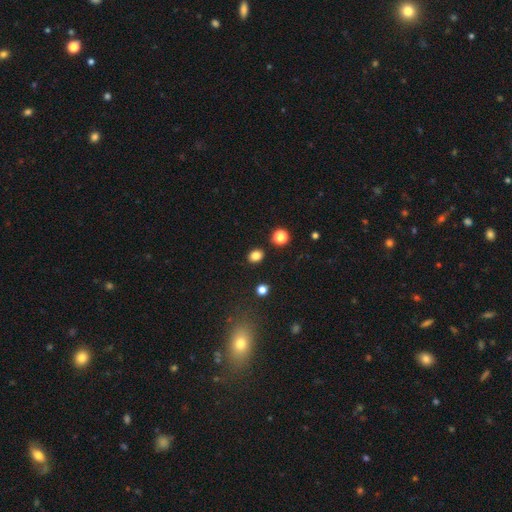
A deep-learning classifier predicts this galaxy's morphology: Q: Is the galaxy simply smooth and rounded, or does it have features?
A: smooth — 83%.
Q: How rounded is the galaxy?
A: round — 51%.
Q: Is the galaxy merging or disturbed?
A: none — 87%.